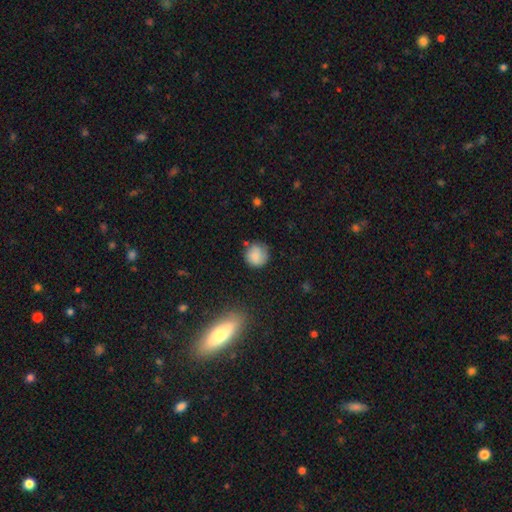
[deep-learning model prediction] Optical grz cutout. It shows a smooth galaxy with no disk features (81%) that is round (91%). Merging: none (74%).